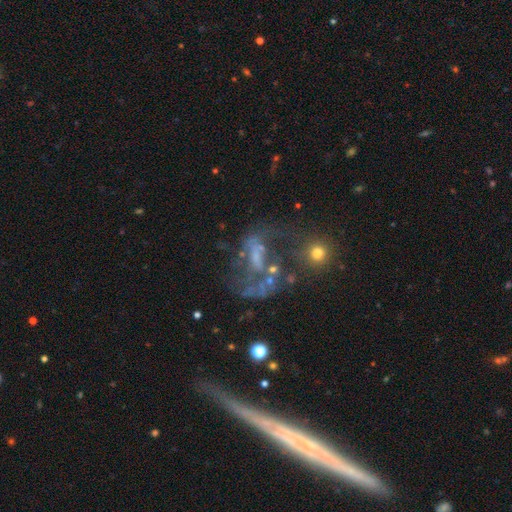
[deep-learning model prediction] Smooth or featured: featured or disk — 72% (star or artifact — 14%)
Edge-on disk: no — 80% (yes — 20%)
Bar: no — 54% (weak — 31%)
Spiral arms: yes — 74% (no — 26%)
Bulge size: small — 36% (moderate — 28%)
Merging: none — 50% (merger — 18%)